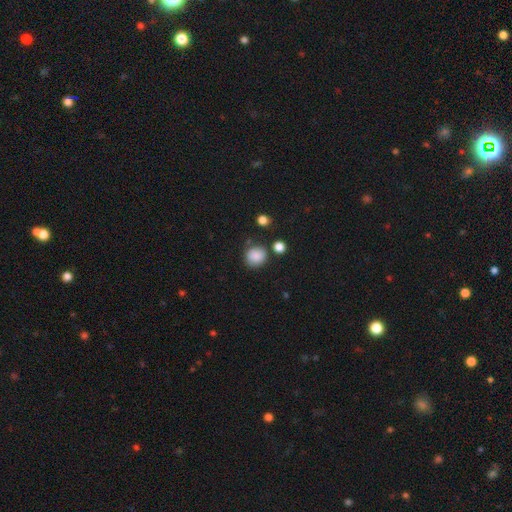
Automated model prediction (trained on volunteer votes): smooth 85%, star or artifact 10%, featured or disk 5%. Down the decision tree: how rounded — round (80%); merging — none (74%).